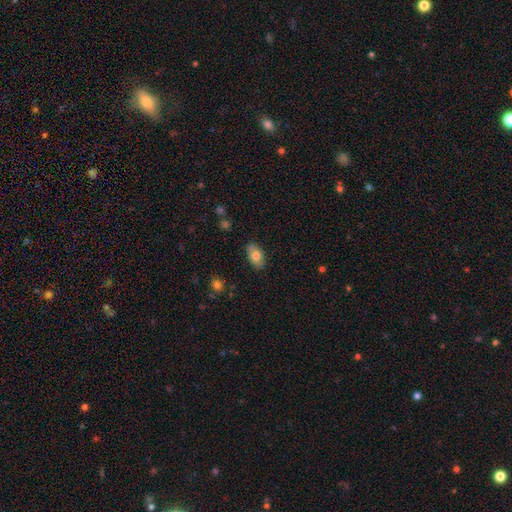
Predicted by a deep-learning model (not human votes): This appears to be a smooth galaxy with no disk features (76%) that is in between round and cigar-shaped (92%). Merging: none (86%).